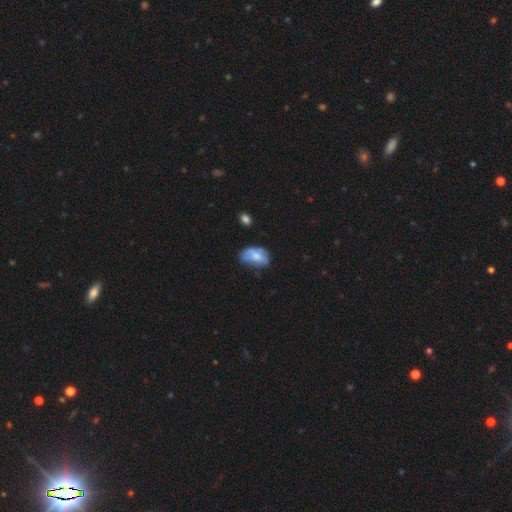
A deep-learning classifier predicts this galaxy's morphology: smooth 63%, featured or disk 29%, star or artifact 8%. Down the decision tree: how rounded — in between (89%); merging — none (39%, tied with minor disturbance).